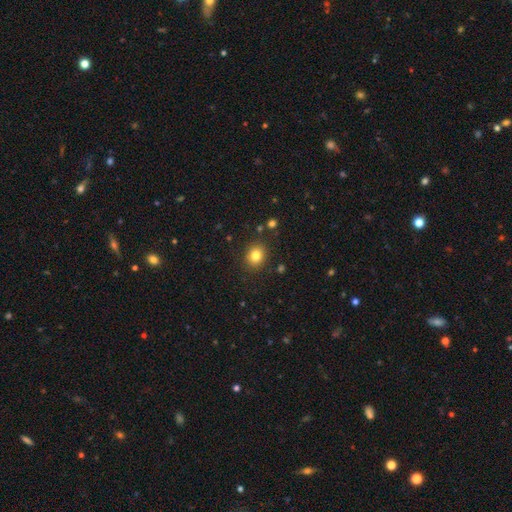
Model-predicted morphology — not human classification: Smooth or featured: smooth — 81% (star or artifact — 12%)
How rounded: round — 72% (in between — 27%)
Merging: none — 87% (minor disturbance — 8%)